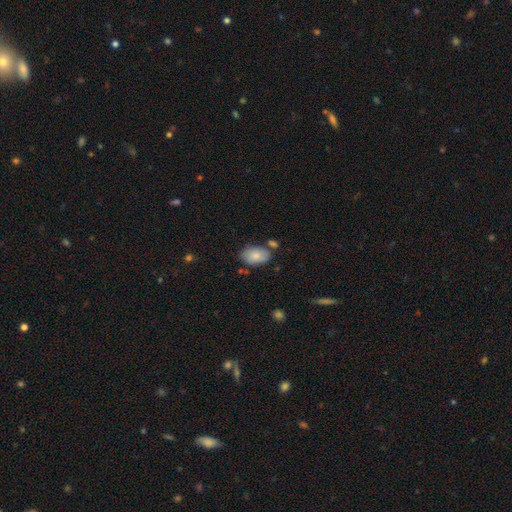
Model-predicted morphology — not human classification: A smooth galaxy with no disk features (81%) that is in between round and cigar-shaped (91%).

Vote fractions:
- Smooth or featured? smooth: 81% / featured or disk: 13% / star or artifact: 7%
- How rounded? in between: 91% / round: 7% / cigar-shaped: 1%
- Merging? none: 68% / minor disturbance: 18% / merger: 10% / major disturbance: 4%